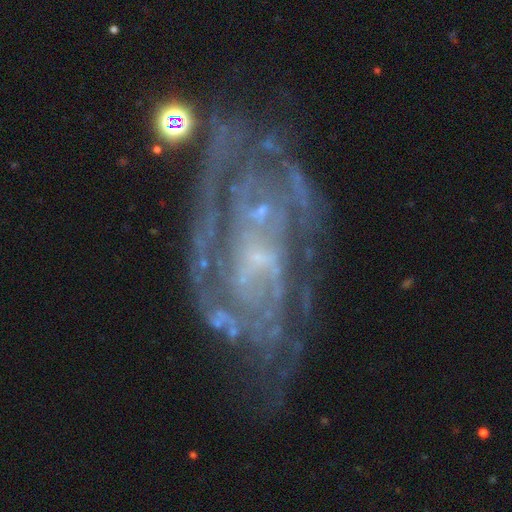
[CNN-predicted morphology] Smooth or featured? featured or disk (86%)
Edge-on disk? no (96%)
Bar? no (53%)
Spiral arms? yes (92%)
Spiral winding? tight (56%)
Spiral arm count? can't tell (34%)
Bulge size? small (65%)
Merging? none (58%)